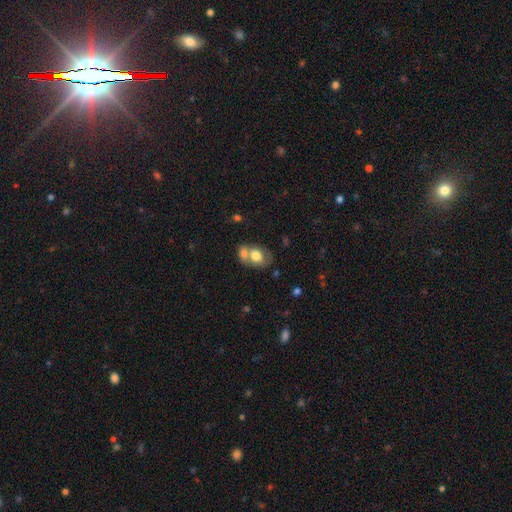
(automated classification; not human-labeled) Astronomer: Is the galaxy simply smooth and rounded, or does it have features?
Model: smooth — 71%.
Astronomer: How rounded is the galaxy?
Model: in between — 62%.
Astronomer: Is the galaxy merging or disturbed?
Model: merger — 54% (runner-up: none, 30%).